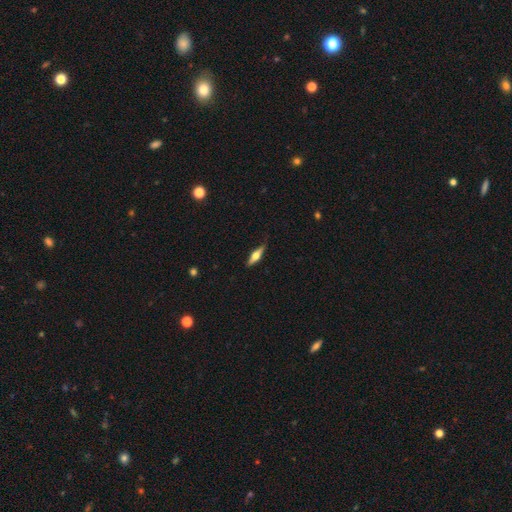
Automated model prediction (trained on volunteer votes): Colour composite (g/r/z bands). It shows a featured or disk galaxy (61%) viewed edge-on (96%) with a rounded central bulge (92%). Merging: none (84%).